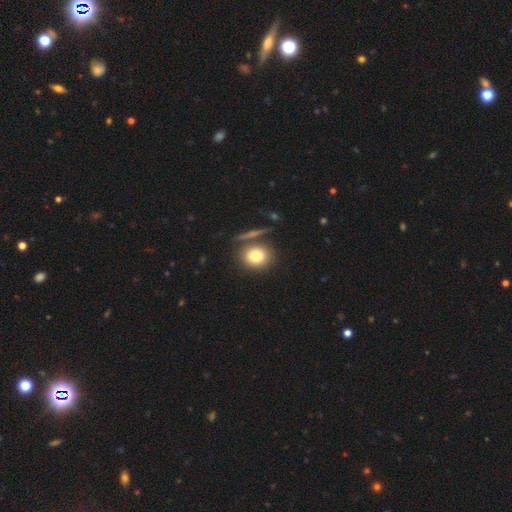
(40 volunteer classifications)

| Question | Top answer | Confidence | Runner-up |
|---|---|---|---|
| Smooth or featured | smooth | 80% | featured or disk (12%) |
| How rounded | round | 88% | in between (12%) |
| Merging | none | 70% | merger (22%) |